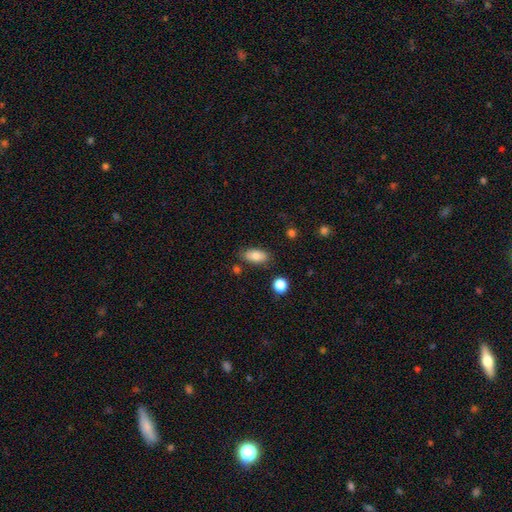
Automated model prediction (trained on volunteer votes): smooth-or-featured: smooth: 81% | featured or disk: 11% | star or artifact: 8%
  how-rounded: in between: 90% | cigar-shaped: 5% | round: 5%
  merging: none: 81% | minor disturbance: 13% | merger: 3% | major disturbance: 3%